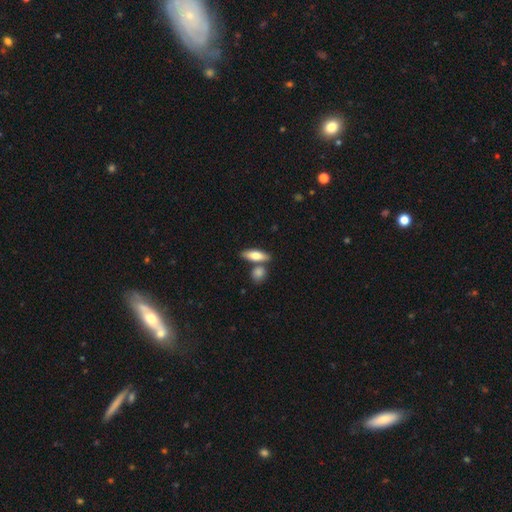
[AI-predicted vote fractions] Q: Smooth or featured?
A: smooth (72%); runner-up: featured or disk (22%)
Q: How rounded?
A: in between (60%); runner-up: cigar-shaped (36%)
Q: Merging?
A: none (67%); runner-up: merger (20%)